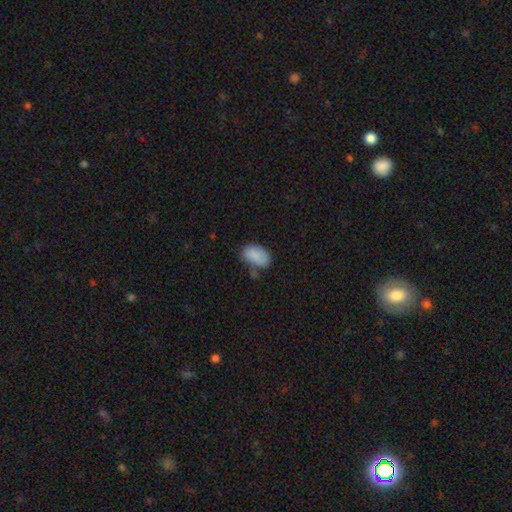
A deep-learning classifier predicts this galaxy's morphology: type=smooth (87%); roundness=in between (91%); merging=none (61%).